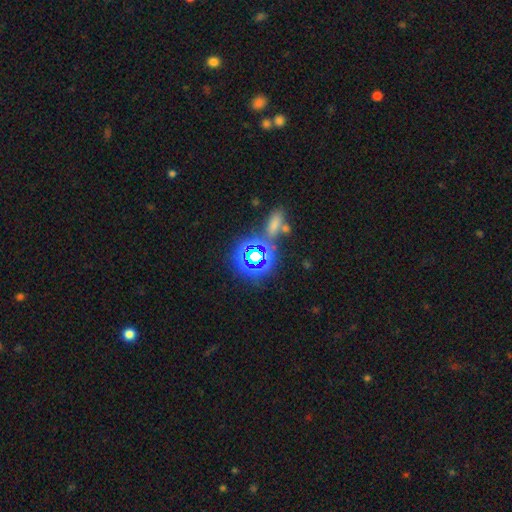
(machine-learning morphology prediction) Overall: star or artifact (62%; smooth 28%).